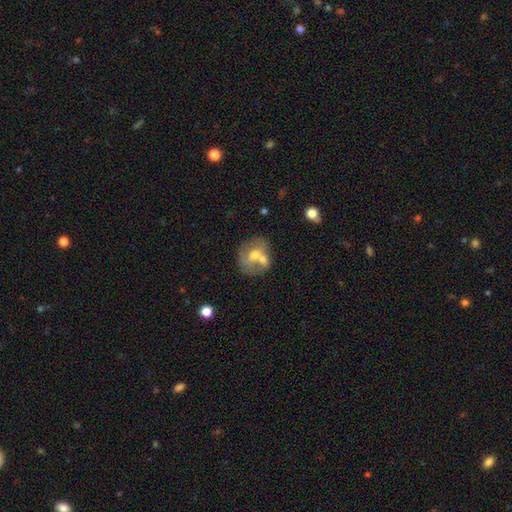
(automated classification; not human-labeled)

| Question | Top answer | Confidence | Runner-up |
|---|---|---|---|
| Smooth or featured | featured or disk | 46% | tied: smooth (46%) |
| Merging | merger | 46% | none (35%) |